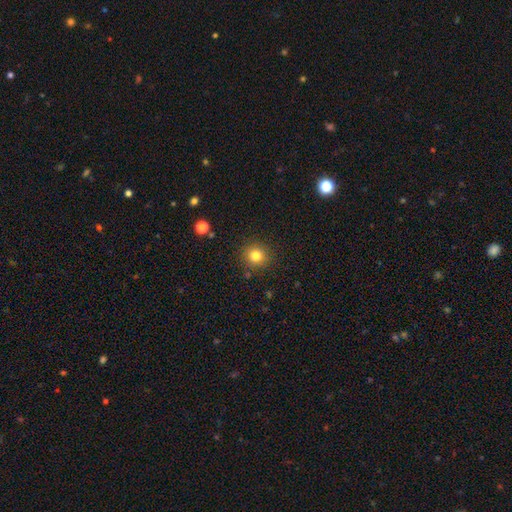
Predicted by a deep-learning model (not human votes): Smooth or featured? Predicted: smooth (p=0.81). How rounded? Predicted: round (p=0.91). Merging? Predicted: none (p=0.89).